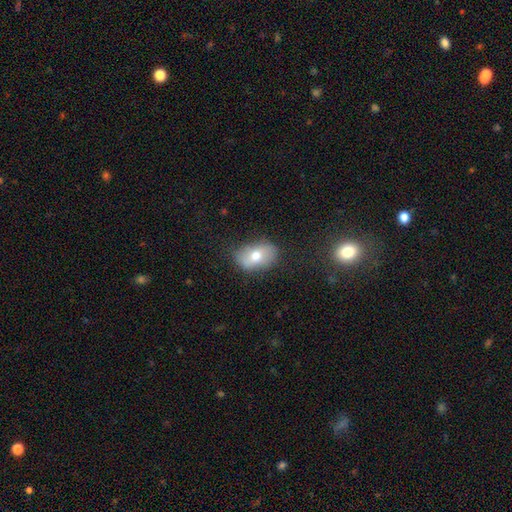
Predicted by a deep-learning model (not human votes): smooth_or_featured: smooth (p=0.65) [alt: featured or disk p=0.27]
how_rounded: in between (p=0.85) [alt: round p=0.14]
merging: none (p=0.76) [alt: minor disturbance p=0.17]